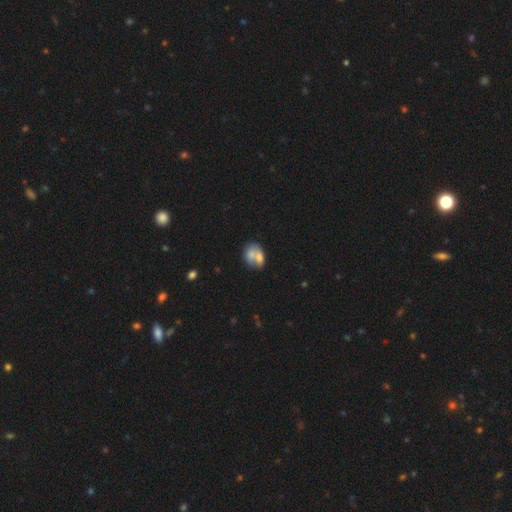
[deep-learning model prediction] Overall: smooth (66%; featured or disk 26%). How rounded: in between (61%; round 37%). Merging: merger (58%; none 25%).